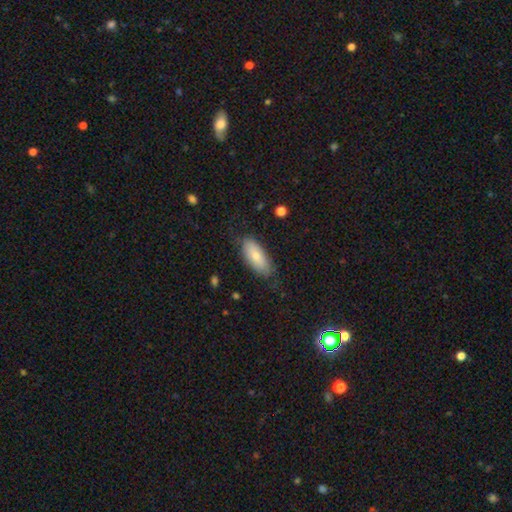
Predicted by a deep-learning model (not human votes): This appears to be a smooth galaxy with no disk features (75%) that is in between round and cigar-shaped (85%). Merging: none (75%).